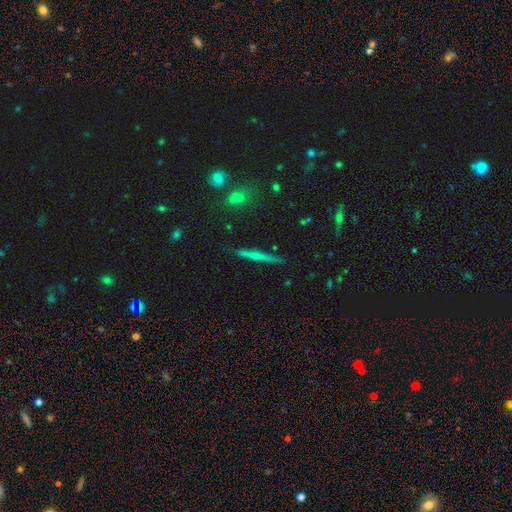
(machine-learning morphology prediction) Smooth or featured? featured or disk (61%)
Edge-on disk? yes (97%)
Edge-on bulge? rounded (56%)
Merging? none (88%)